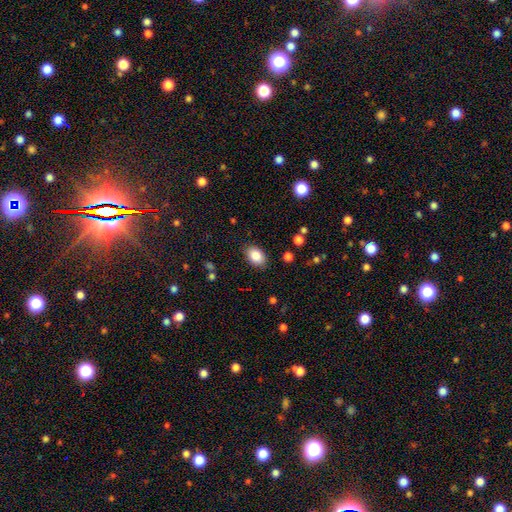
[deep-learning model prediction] This is clearly a smooth galaxy (86%). How rounded: clearly in between (84%). Merging: clearly none (86%).